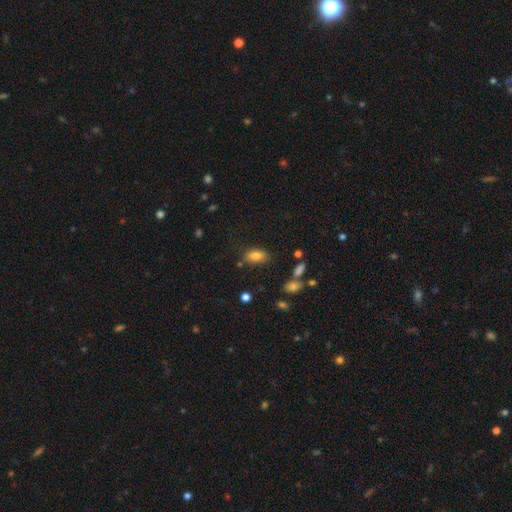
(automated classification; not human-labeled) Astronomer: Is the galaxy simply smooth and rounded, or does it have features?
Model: smooth — 82%.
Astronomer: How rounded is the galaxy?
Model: in between — 89%.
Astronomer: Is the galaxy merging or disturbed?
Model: none — 74%.